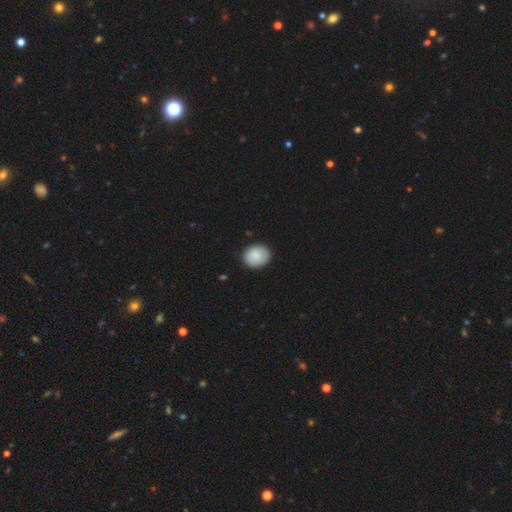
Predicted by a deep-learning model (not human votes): The model was most divided on "how rounded": round: 76%, in between: 23%, cigar-shaped: 1%. More confident: merging — none (88%); smooth or featured — smooth (87%).